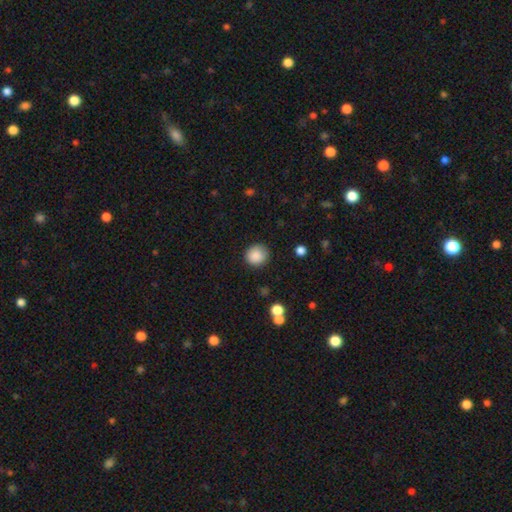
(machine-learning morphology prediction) smooth_or_featured: smooth (p=0.87) [alt: star or artifact p=0.09]
how_rounded: round (p=0.90) [alt: in between p=0.09]
merging: none (p=0.84) [alt: minor disturbance p=0.12]